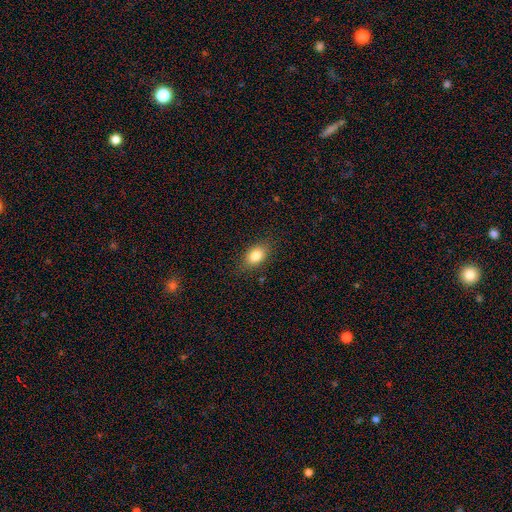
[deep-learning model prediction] This appears to be a smooth galaxy with no disk features (84%) that is in between round and cigar-shaped (83%). Merging: none (84%).